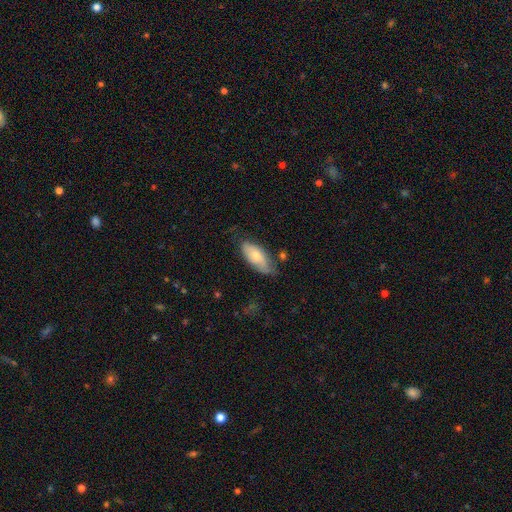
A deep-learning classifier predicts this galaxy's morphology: Q: Smooth or featured?
A: smooth (70%); runner-up: featured or disk (24%)
Q: How rounded?
A: in between (86%); runner-up: cigar-shaped (12%)
Q: Merging?
A: none (57%); runner-up: minor disturbance (32%)